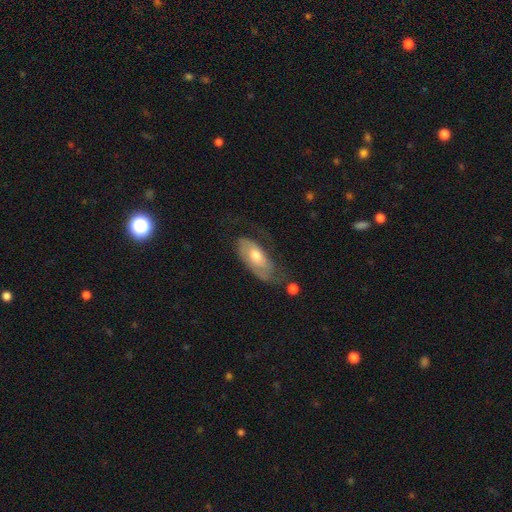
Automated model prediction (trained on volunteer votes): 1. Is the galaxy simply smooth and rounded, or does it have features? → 55% featured or disk, 39% smooth, 6% star or artifact.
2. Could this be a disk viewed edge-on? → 87% no, 13% yes.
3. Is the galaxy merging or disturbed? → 44% none, 27% minor disturbance, 25% major disturbance, 4% merger.